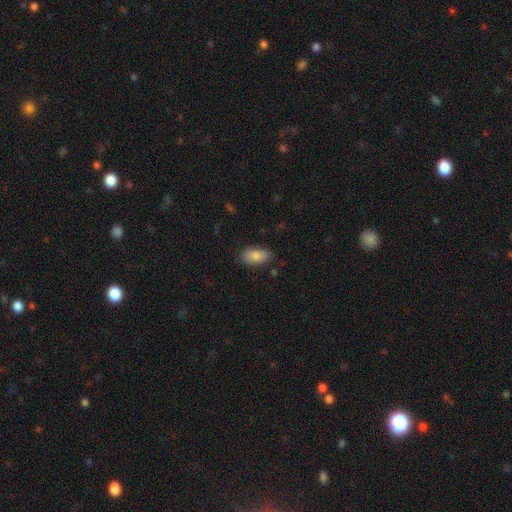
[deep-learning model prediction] Overall: smooth (84%). How rounded: in between (92%). Merging: none (77%).